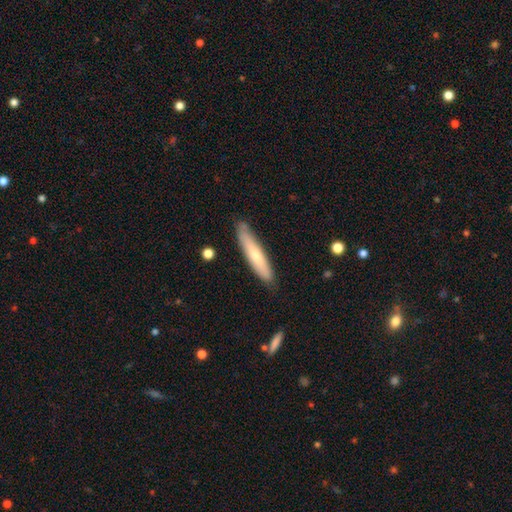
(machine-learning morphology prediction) The model was most divided on "smooth or featured": smooth: 66%, featured or disk: 28%, star or artifact: 5%. More confident: how rounded — cigar-shaped (89%); merging — none (82%).